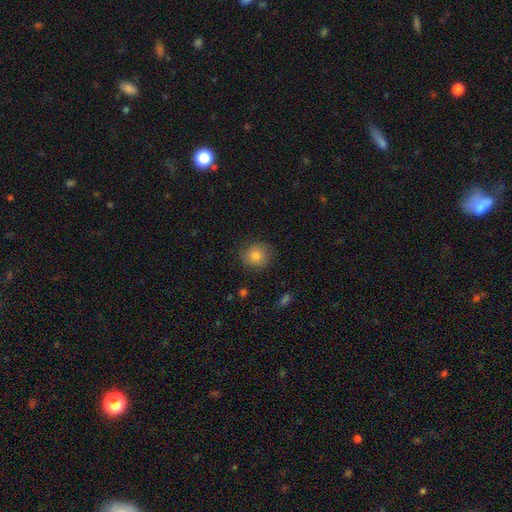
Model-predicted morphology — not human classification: Smooth or featured?
  - smooth: 81% *
  - star or artifact: 10%
  - featured or disk: 9%
How rounded?
  - round: 87% *
  - in between: 12%
  - cigar-shaped: 1%
Merging?
  - none: 83% *
  - minor disturbance: 13%
  - major disturbance: 3%
  - merger: 1%